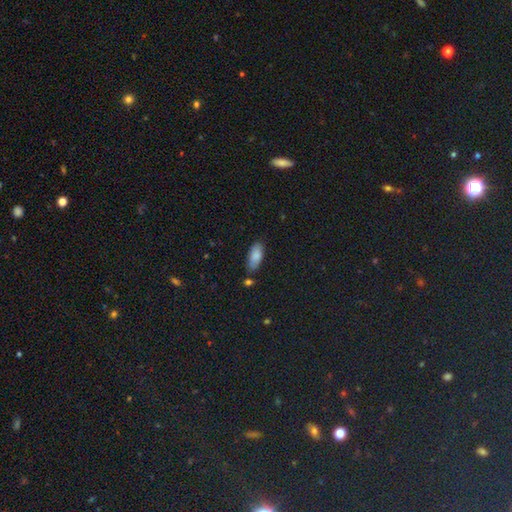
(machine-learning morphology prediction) Overall: smooth (84%). How rounded: in between (86%). Merging: none (73%).